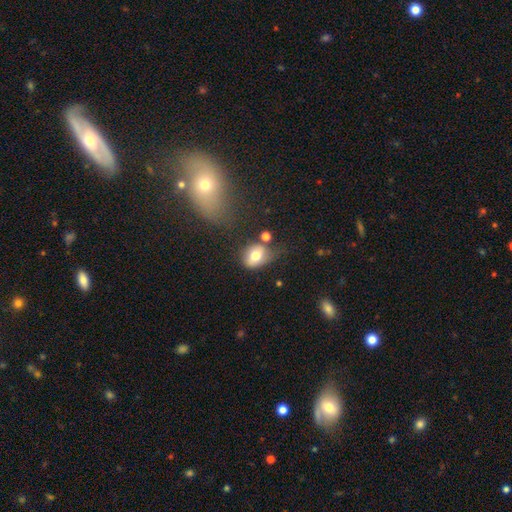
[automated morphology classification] This appears to be a smooth galaxy with no disk features (73%) that is in between round and cigar-shaped (57%). Merging: none (46%).